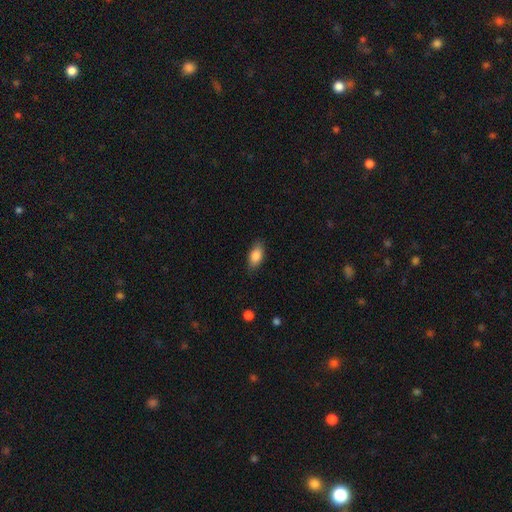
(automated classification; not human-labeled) Smooth or featured? Predicted: smooth (p=0.86). How rounded? Predicted: in between (p=0.89). Merging? Predicted: none (p=0.84).